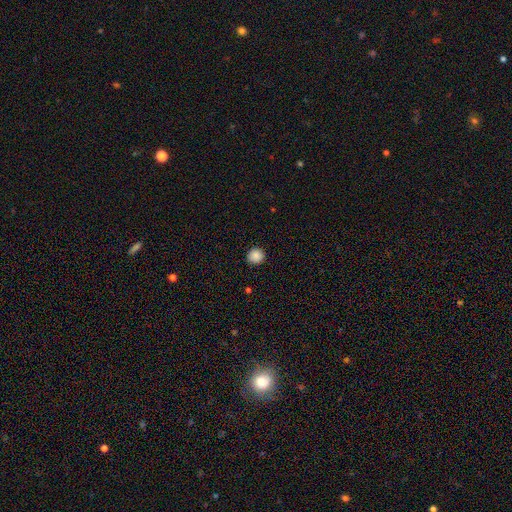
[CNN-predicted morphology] Overall: smooth (88%). How rounded: round (92%). Merging: none (91%).